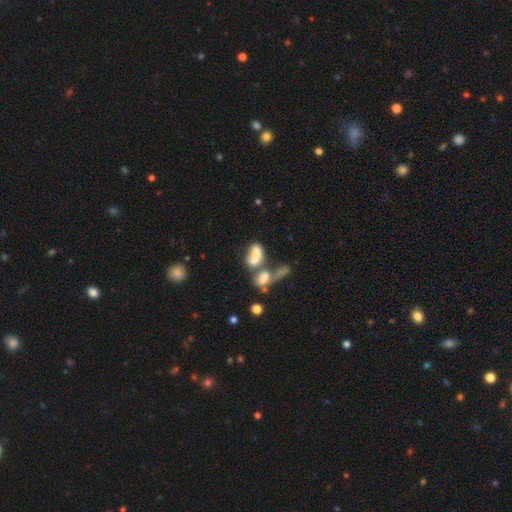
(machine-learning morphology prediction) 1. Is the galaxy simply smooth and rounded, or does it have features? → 62% smooth, 27% featured or disk, 11% star or artifact.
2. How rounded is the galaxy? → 87% in between, 8% round, 5% cigar-shaped.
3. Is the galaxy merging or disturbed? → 63% merger, 15% none, 13% major disturbance, 9% minor disturbance.